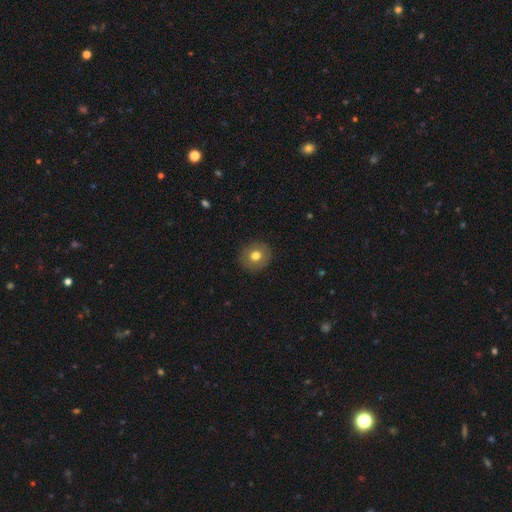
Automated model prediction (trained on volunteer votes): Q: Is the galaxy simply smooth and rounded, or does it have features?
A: smooth — 74%.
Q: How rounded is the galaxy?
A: round — 87%.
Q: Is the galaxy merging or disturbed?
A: none — 90%.